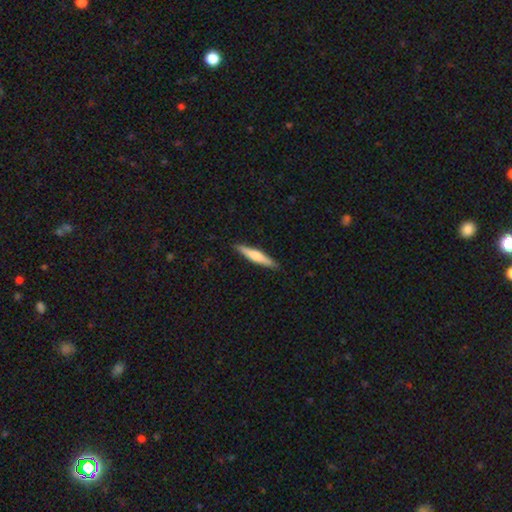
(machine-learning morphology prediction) A smooth galaxy with no disk features (54%) that is cigar-shaped (89%). Merging: none (90%).